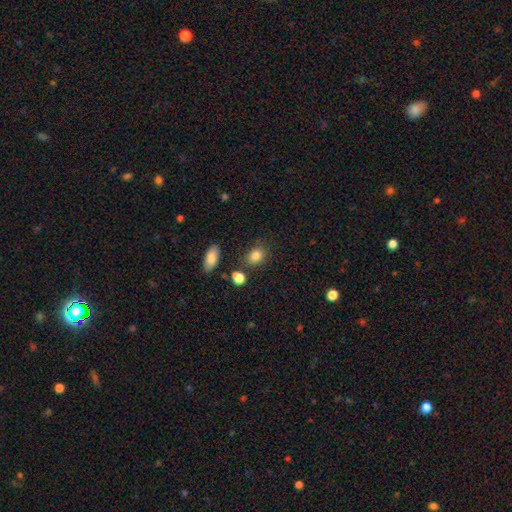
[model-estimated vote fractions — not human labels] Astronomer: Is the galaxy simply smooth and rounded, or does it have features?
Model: smooth — 83%.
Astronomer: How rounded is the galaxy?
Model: in between — 65%.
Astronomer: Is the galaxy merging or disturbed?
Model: none — 76%.